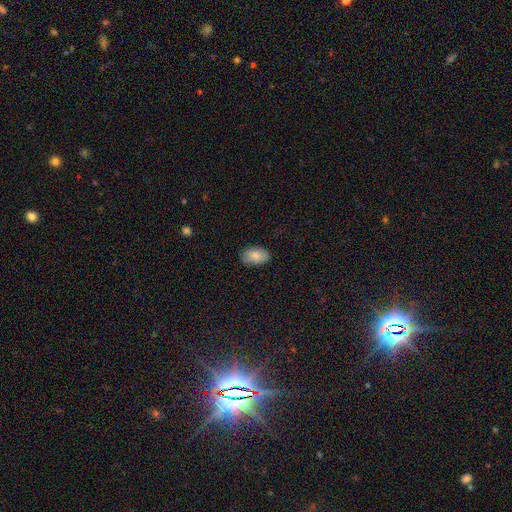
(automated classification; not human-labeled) This appears to be a smooth galaxy with no disk features (86%) that is in between round and cigar-shaped (91%). Merging: none (85%).